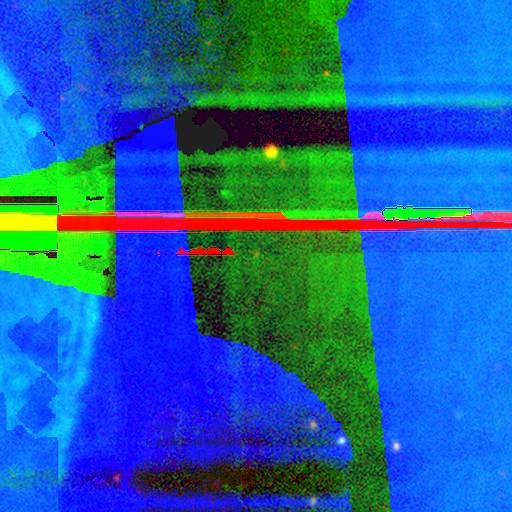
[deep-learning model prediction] This is clearly a star or artifact rather than a galaxy (88%).